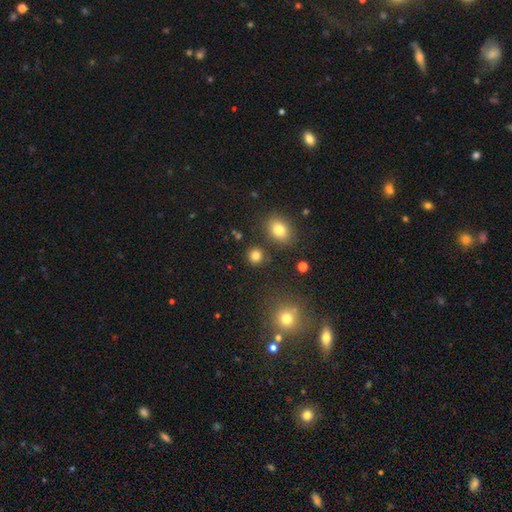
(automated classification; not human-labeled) Smooth or featured? smooth (81%)
How rounded? round (85%)
Merging? none (85%)